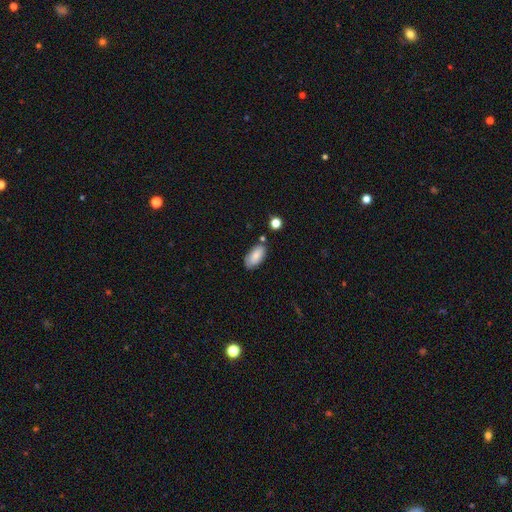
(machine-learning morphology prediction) Smooth or featured? smooth (83%)
How rounded? in between (93%)
Merging? none (74%)